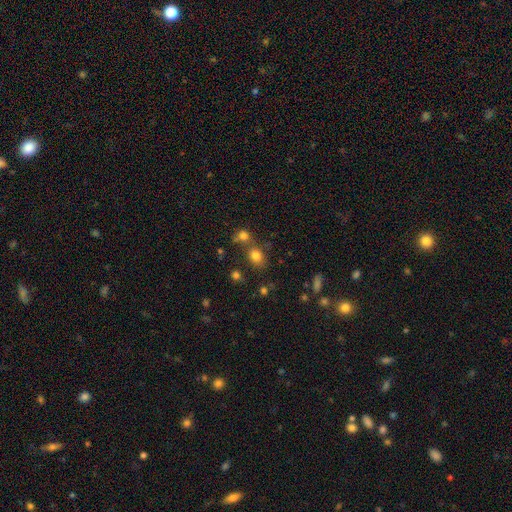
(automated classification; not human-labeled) A smooth galaxy with no disk features (79%) that is round (50%). Merging: none (64%).